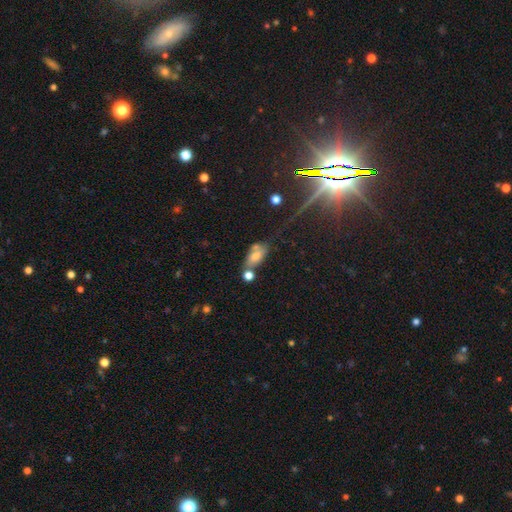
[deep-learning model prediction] The model was most divided on "merging": none: 48%, merger: 26%, minor disturbance: 18%, major disturbance: 8%. More confident: how rounded — in between (84%); smooth or featured — smooth (68%).